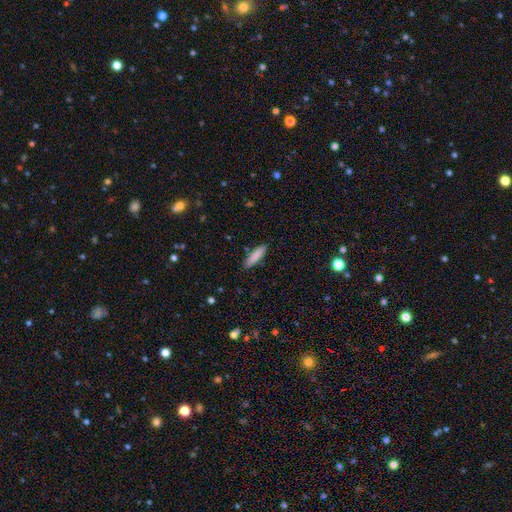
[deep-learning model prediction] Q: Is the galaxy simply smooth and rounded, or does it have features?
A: smooth — 85%.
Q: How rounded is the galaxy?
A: cigar-shaped — 68%.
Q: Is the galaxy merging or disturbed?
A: none — 86%.